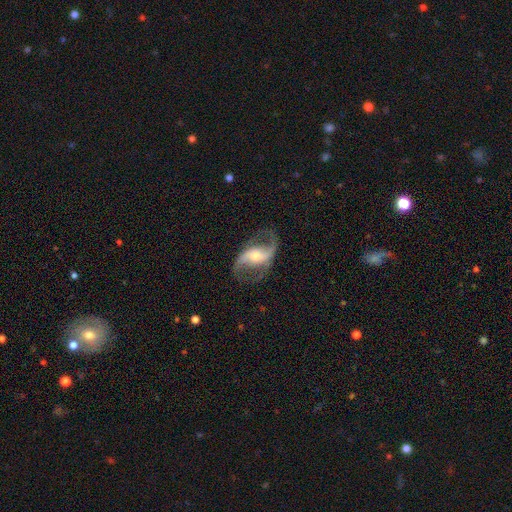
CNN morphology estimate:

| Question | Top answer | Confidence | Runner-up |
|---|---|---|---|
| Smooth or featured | featured or disk | 88% | smooth (6%) |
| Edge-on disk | no | 96% | yes (4%) |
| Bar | weak | 35% | strong (34%) |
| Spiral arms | yes | 95% | no (5%) |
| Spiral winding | loose | 62% | medium (31%) |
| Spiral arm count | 2 | 93% | can't tell (2%) |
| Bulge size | moderate | 46% | small (45%) |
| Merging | none | 76% | minor disturbance (14%) |